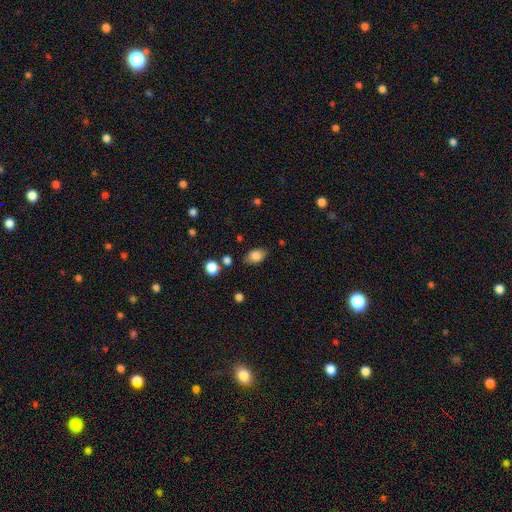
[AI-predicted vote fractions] The model was most divided on "merging": none: 78%, minor disturbance: 15%, major disturbance: 4%, merger: 3%. More confident: smooth or featured — smooth (84%); how rounded — in between (81%).